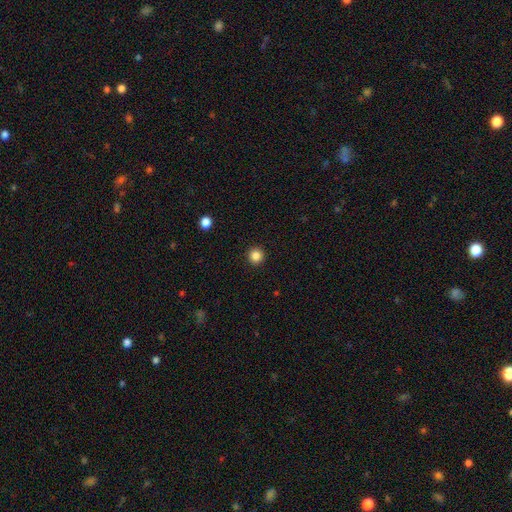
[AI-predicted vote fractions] Q: Smooth or featured?
A: smooth (85%); runner-up: star or artifact (11%)
Q: How rounded?
A: round (95%); runner-up: in between (4%)
Q: Merging?
A: none (93%); runner-up: minor disturbance (4%)